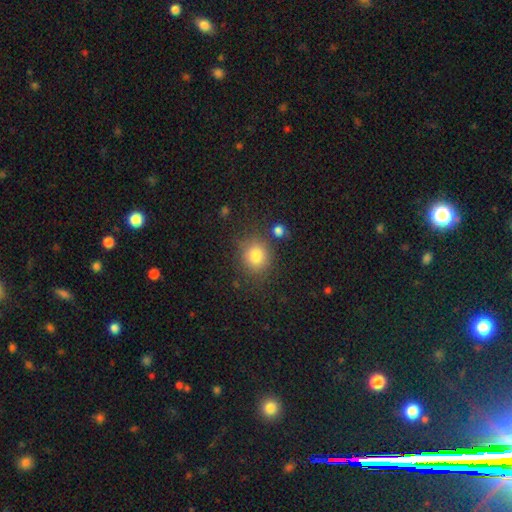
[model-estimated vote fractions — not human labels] Morphology: type=smooth (82%); roundness=round (74%); merging=none (77%).